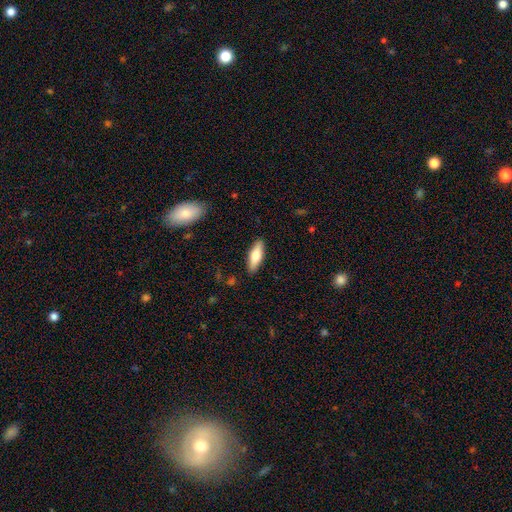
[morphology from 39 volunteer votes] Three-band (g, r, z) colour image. It shows a smooth galaxy with no disk features (56%) that is cigar-shaped (64%). Merging: none (89%).